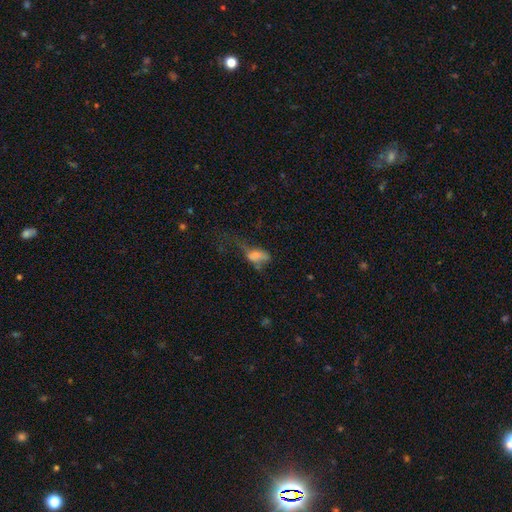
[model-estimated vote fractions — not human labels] smooth 61%, featured or disk 25%, star or artifact 13%. Down the decision tree: how rounded — in between (83%); merging — major disturbance (56%).